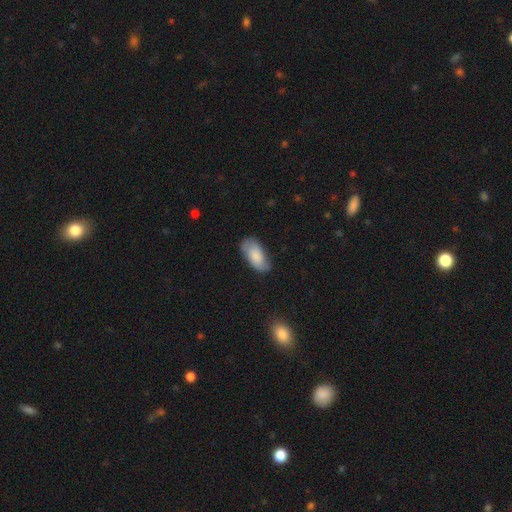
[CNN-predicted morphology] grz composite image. It shows a smooth galaxy with no disk features (72%) that is in between round and cigar-shaped (93%). Merging: none (72%).